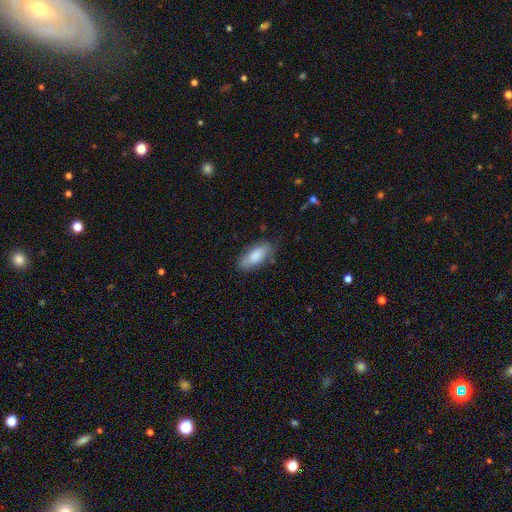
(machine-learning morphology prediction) This appears to be a smooth galaxy with no disk features (83%) that is in between round and cigar-shaped (82%). Merging: none (74%).